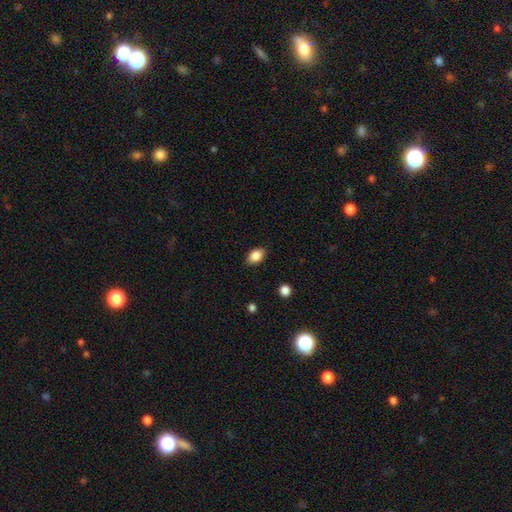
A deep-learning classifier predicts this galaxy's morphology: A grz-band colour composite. It shows a smooth galaxy with no disk features (86%) that is in between round and cigar-shaped (85%). Merging: none (86%).